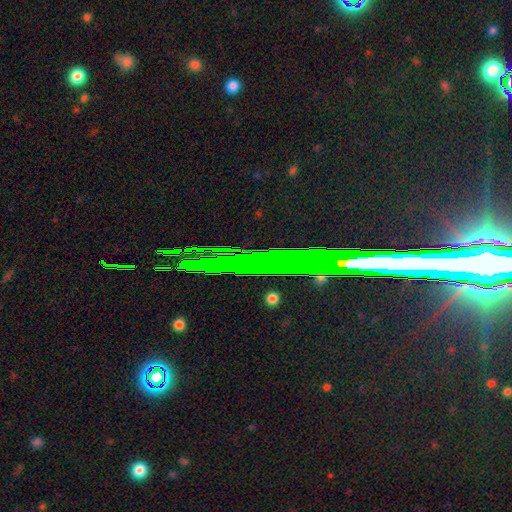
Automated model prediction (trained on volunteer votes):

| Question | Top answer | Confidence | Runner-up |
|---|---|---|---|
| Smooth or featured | star or artifact | 75% | featured or disk (14%) |